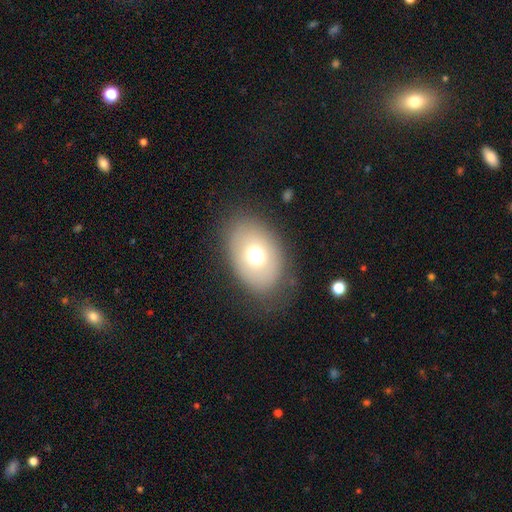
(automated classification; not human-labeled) Smooth or featured?
  - smooth: 67% *
  - featured or disk: 21%
  - star or artifact: 12%
How rounded?
  - in between: 74% *
  - round: 25%
  - cigar-shaped: 1%
Merging?
  - none: 79% *
  - minor disturbance: 13%
  - major disturbance: 7%
  - merger: 1%